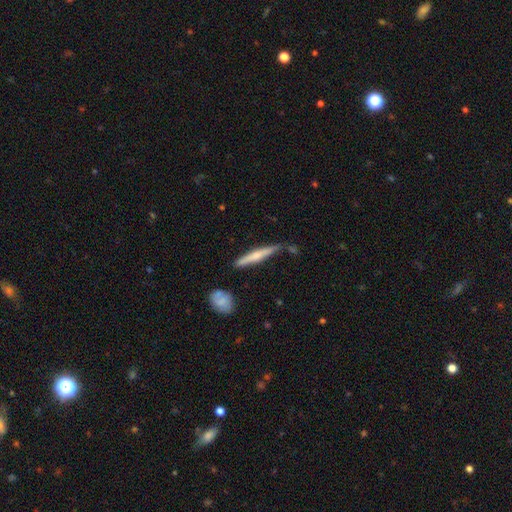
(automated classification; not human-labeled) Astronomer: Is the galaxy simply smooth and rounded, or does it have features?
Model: smooth — 48% (runner-up: featured or disk, 47%).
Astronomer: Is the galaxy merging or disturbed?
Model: none — 76%.